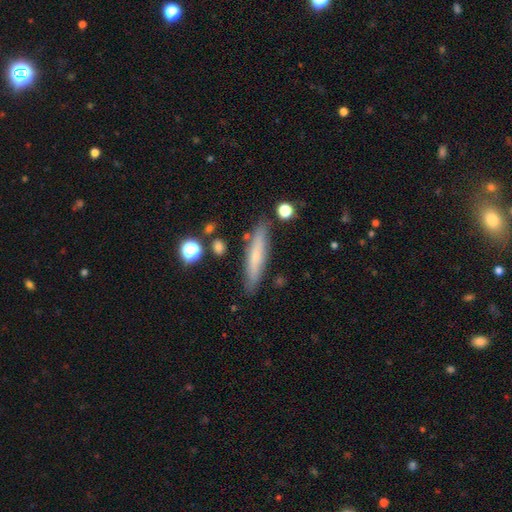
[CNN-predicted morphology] Smooth or featured? smooth (54%)
How rounded? cigar-shaped (88%)
Merging? none (84%)